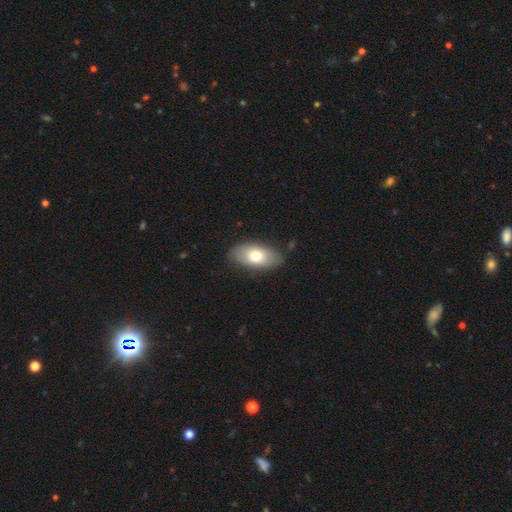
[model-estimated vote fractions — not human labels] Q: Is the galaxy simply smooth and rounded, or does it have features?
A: smooth — 71%.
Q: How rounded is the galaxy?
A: in between — 92%.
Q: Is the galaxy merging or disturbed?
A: none — 82%.